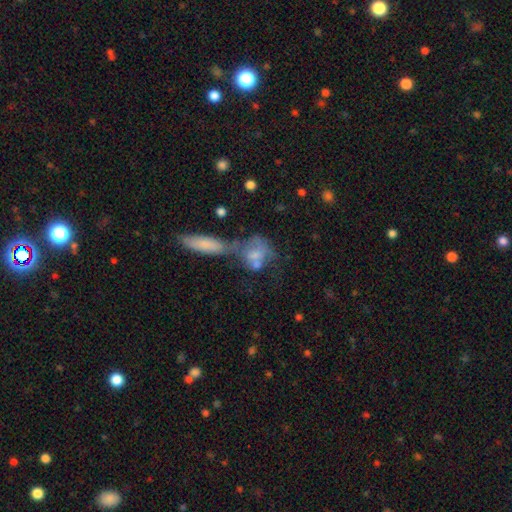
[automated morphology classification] Overall: smooth (62%; featured or disk 28%). How rounded: in between (56%; round 36%). Merging: merger (52%; none 22%).